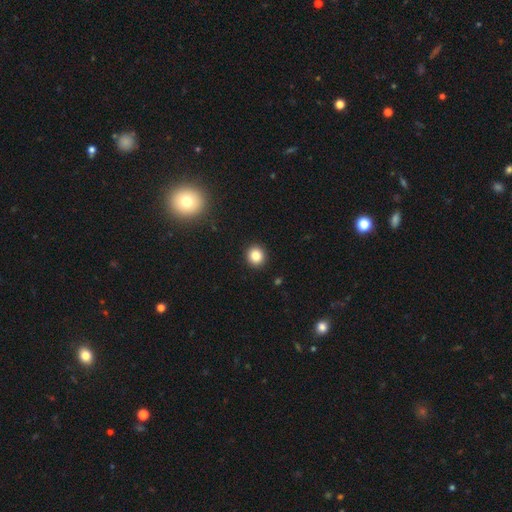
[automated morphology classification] Q: Smooth or featured?
A: smooth (84%); runner-up: star or artifact (11%)
Q: How rounded?
A: round (90%); runner-up: in between (9%)
Q: Merging?
A: none (93%); runner-up: minor disturbance (5%)